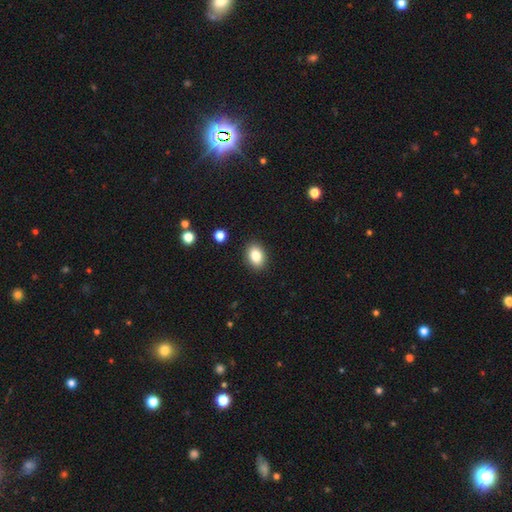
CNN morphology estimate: Q: Smooth or featured?
A: smooth (84%); runner-up: star or artifact (9%)
Q: How rounded?
A: in between (73%); runner-up: round (26%)
Q: Merging?
A: none (89%); runner-up: minor disturbance (7%)